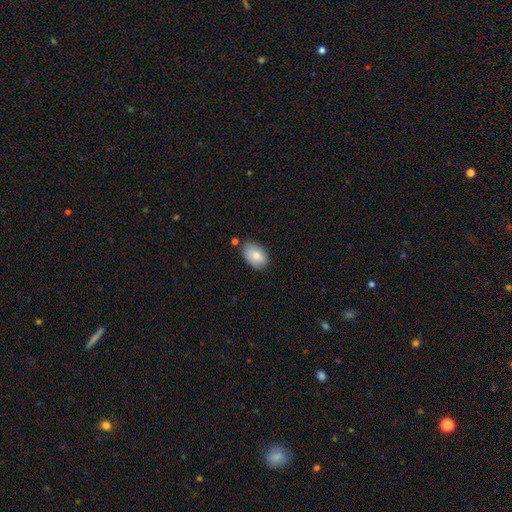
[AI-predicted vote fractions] A smooth galaxy with no disk features (79%) that is in between round and cigar-shaped (87%).

Vote fractions:
- Smooth or featured? smooth: 79% / featured or disk: 14% / star or artifact: 7%
- How rounded? in between: 87% / round: 11% / cigar-shaped: 1%
- Merging? none: 73% / minor disturbance: 19% / merger: 5% / major disturbance: 3%